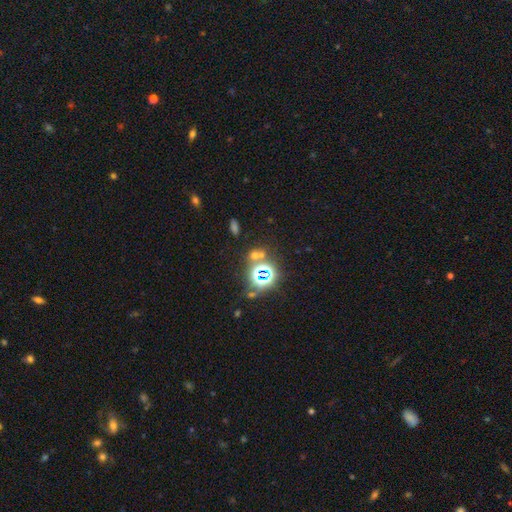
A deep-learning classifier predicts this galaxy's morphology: This appears to be a star or artifact, not a galaxy (52%).